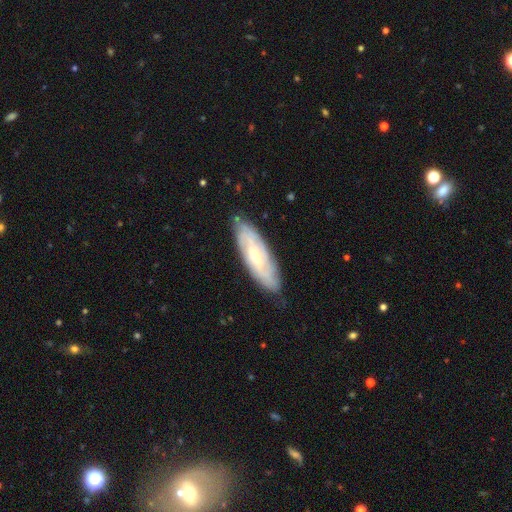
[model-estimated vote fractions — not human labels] Smooth or featured?
  - featured or disk: 68% *
  - smooth: 26%
  - star or artifact: 6%
Edge-on disk?
  - no: 79% *
  - yes: 21%
Bar?
  - no: 51% *
  - weak: 38%
  - strong: 11%
Spiral arms?
  - yes: 83% *
  - no: 17%
Bulge size?
  - small: 51% *
  - moderate: 44%
  - large: 2%
  - none: 1%
  - dominant: 1%
Merging?
  - none: 81% *
  - minor disturbance: 15%
  - major disturbance: 3%
  - merger: 1%